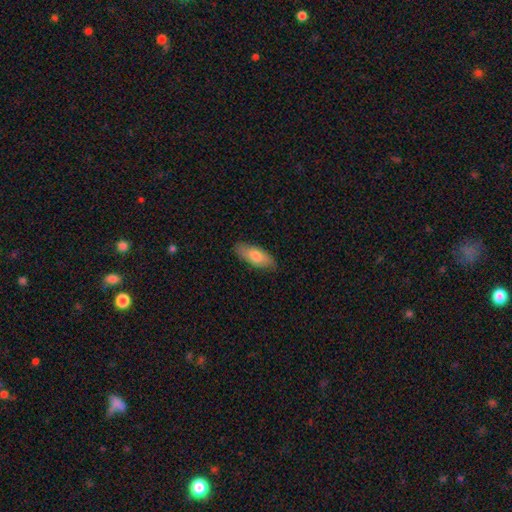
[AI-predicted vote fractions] A smooth galaxy with no disk features (77%) that is in between round and cigar-shaped (74%).

Vote fractions:
- Smooth or featured? smooth: 77% / featured or disk: 17% / star or artifact: 6%
- How rounded? in between: 74% / cigar-shaped: 23% / round: 2%
- Merging? none: 84% / minor disturbance: 13% / major disturbance: 2% / merger: 1%